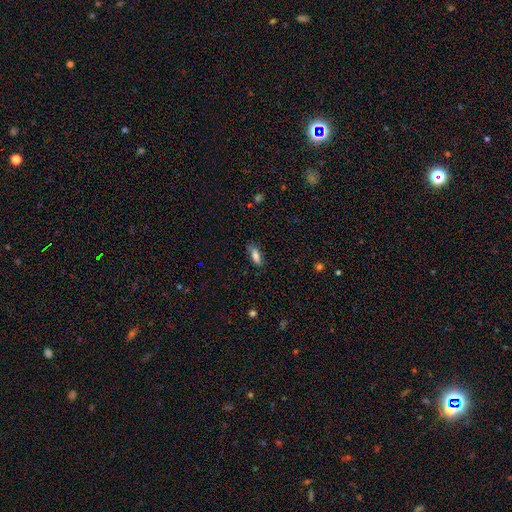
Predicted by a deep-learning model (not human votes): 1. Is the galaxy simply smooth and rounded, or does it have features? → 73% smooth, 19% featured or disk, 8% star or artifact.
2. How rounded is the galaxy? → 61% in between, 36% cigar-shaped, 3% round.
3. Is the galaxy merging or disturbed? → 77% none, 17% minor disturbance, 4% major disturbance, 2% merger.